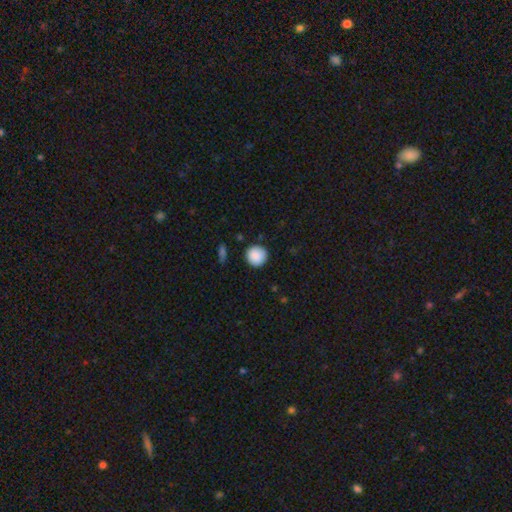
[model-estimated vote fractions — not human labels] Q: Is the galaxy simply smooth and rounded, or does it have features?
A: smooth — 89%.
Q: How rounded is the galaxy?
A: round — 95%.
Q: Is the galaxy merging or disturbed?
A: none — 89%.